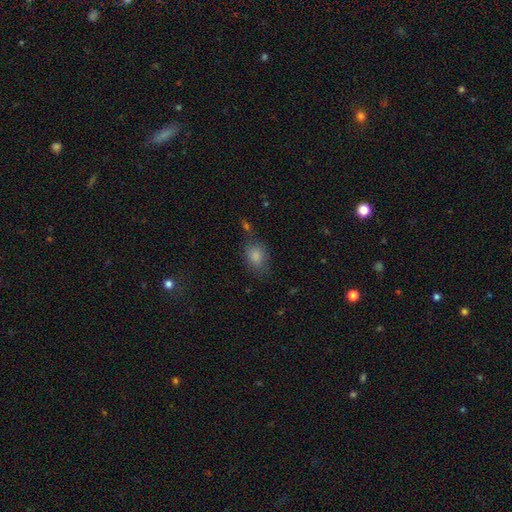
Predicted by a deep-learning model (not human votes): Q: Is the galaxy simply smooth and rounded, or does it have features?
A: smooth — 84%.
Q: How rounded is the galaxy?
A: in between — 72%.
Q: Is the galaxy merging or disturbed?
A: none — 61%.